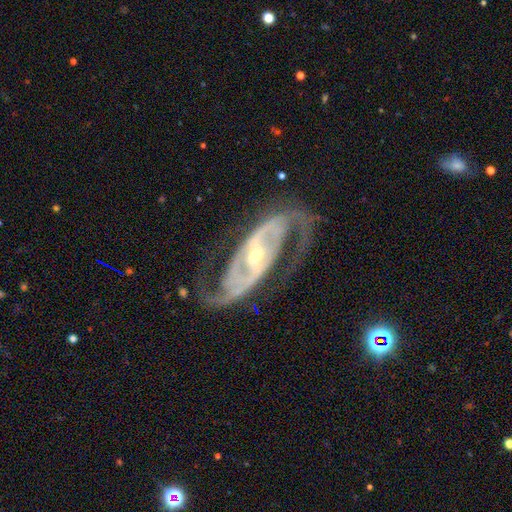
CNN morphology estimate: This appears to be a featured or disk galaxy (91%) with a strong bar (44%), 2 (89%) medium (51%) spiral arms (97%) and a small central bulge (54%). Merging: none (72%).